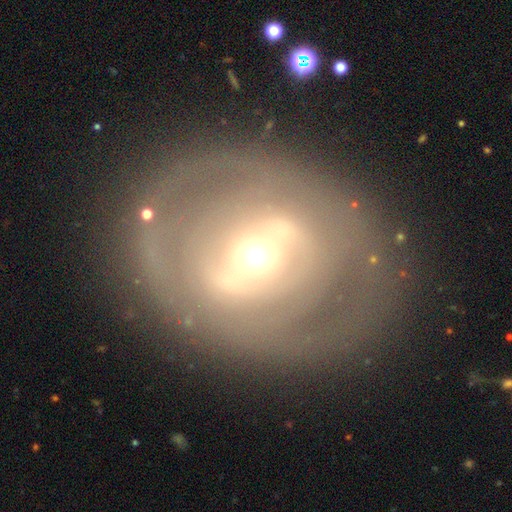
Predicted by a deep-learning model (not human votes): featured or disk 71%, smooth 22%, star or artifact 7%. Down the decision tree: edge-on disk — no (93%); bar — strong (35%); spiral arms — no (60%); bulge size — moderate (49%); merging — none (78%).